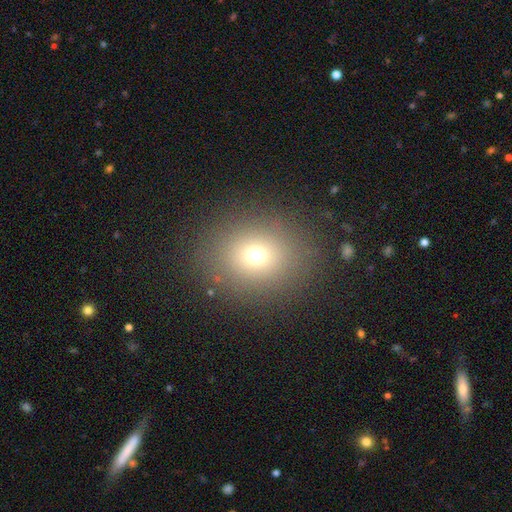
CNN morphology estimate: Smooth or featured? smooth (70%)
How rounded? round (72%)
Merging? none (86%)